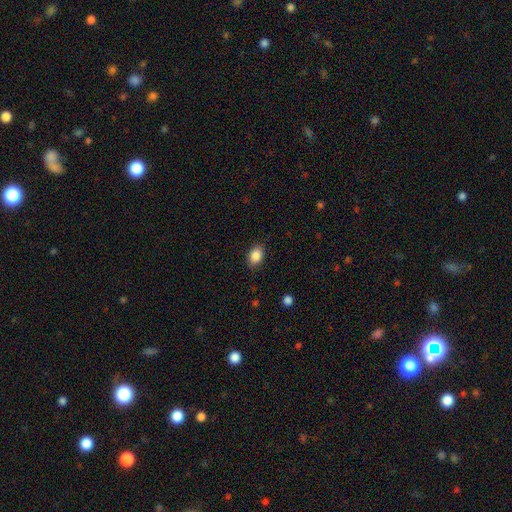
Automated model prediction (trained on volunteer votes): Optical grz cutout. It shows a smooth galaxy with no disk features (88%) that is in between round and cigar-shaped (76%). Merging: none (87%).